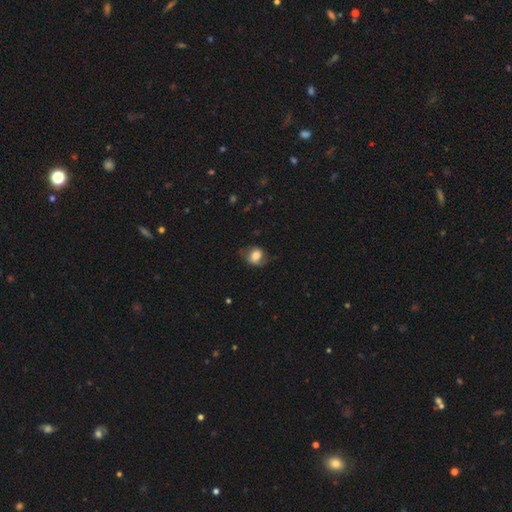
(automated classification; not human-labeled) smooth-or-featured: smooth: 65% | featured or disk: 26% | star or artifact: 9%
  how-rounded: round: 57% | in between: 42% | cigar-shaped: 1%
  merging: none: 62% | minor disturbance: 25% | major disturbance: 12% | merger: 1%